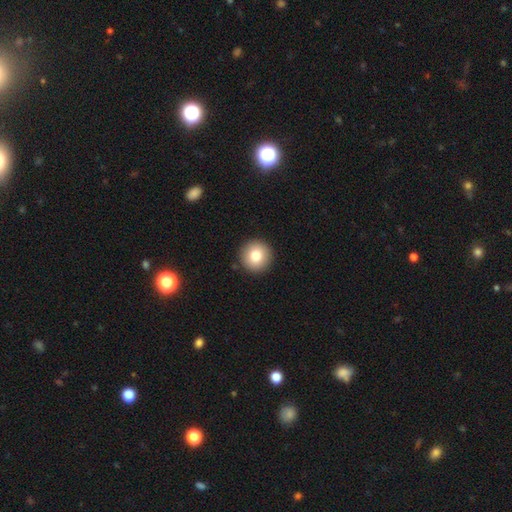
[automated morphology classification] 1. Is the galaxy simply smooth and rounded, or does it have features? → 80% smooth, 11% featured or disk, 9% star or artifact.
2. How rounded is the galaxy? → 96% round, 3% in between, 1% cigar-shaped.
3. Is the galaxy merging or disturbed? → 92% none, 5% minor disturbance, 2% major disturbance, 1% merger.